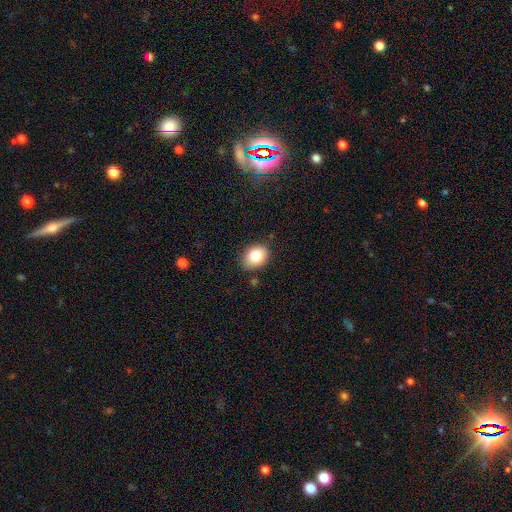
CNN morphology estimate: A smooth galaxy with no disk features (83%) that is in between round and cigar-shaped (64%).

Vote fractions:
- Smooth or featured? smooth: 83% / star or artifact: 9% / featured or disk: 9%
- How rounded? in between: 64% / round: 35% / cigar-shaped: 1%
- Merging? none: 82% / minor disturbance: 13% / major disturbance: 3% / merger: 2%